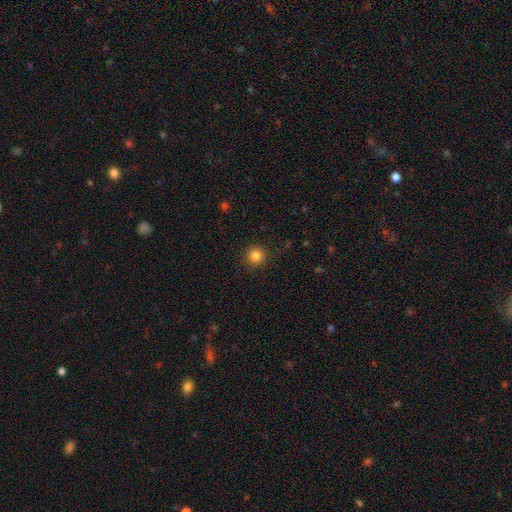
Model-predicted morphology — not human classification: smooth_or_featured: smooth (p=0.84) [alt: star or artifact p=0.12]
how_rounded: round (p=0.94) [alt: in between p=0.05]
merging: none (p=0.91) [alt: minor disturbance p=0.06]